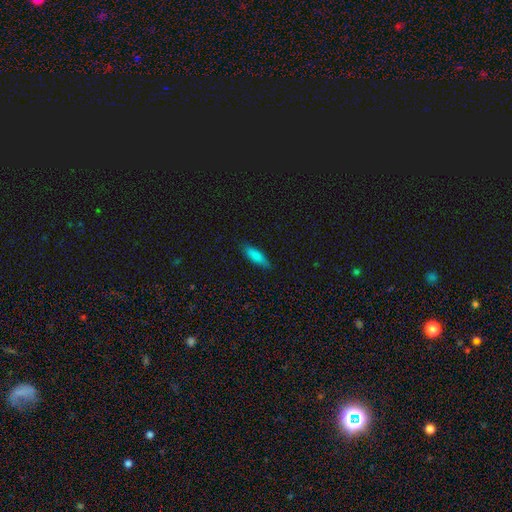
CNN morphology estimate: smooth-or-featured: smooth: 84% | featured or disk: 9% | star or artifact: 7%
  how-rounded: in between: 49% (tied) | cigar-shaped: 49% (tied) | round: 2%
  merging: none: 85% | minor disturbance: 12% | major disturbance: 2% | merger: 1%